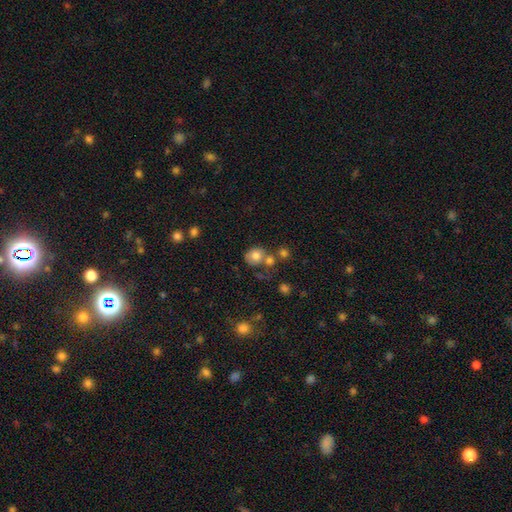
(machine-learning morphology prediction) Smooth or featured: smooth — 75% (featured or disk — 14%)
How rounded: round — 71% (in between — 28%)
Merging: none — 45% (merger — 29%)